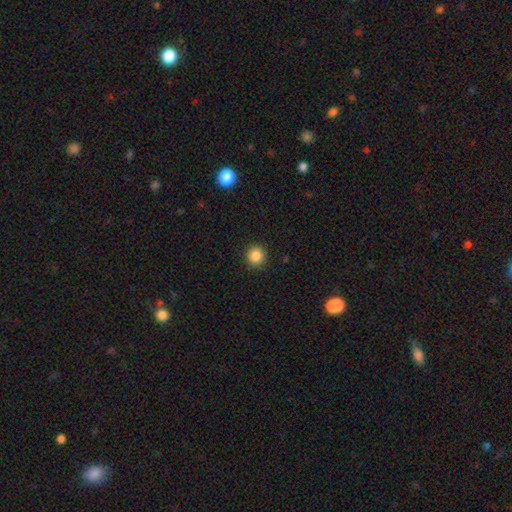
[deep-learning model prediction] smooth-or-featured: smooth: 86% | star or artifact: 11% | featured or disk: 3%
  how-rounded: round: 93% | in between: 6% | cigar-shaped: 1%
  merging: none: 92% | minor disturbance: 5% | major disturbance: 2% | merger: 1%